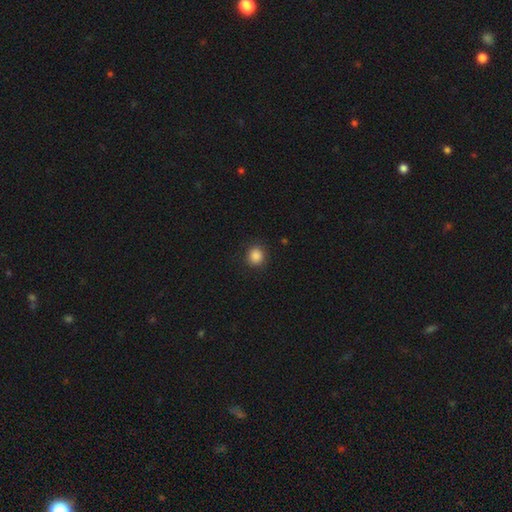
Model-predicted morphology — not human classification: Q: Smooth or featured?
A: smooth (87%); runner-up: star or artifact (10%)
Q: How rounded?
A: round (84%); runner-up: in between (15%)
Q: Merging?
A: none (87%); runner-up: minor disturbance (9%)